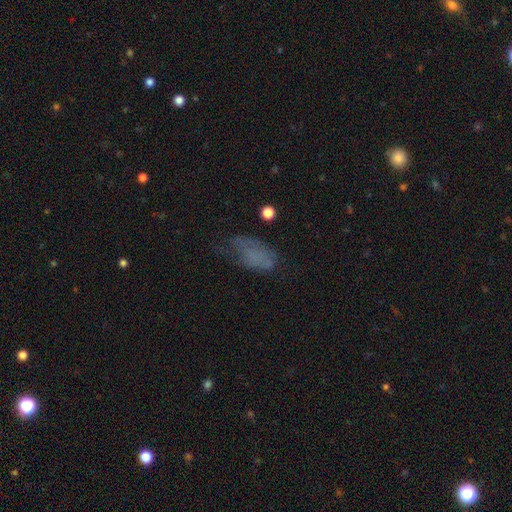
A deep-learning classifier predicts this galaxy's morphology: This is possibly a smooth galaxy (57%). How rounded: clearly in between (88%). Merging: marginally none (39%).